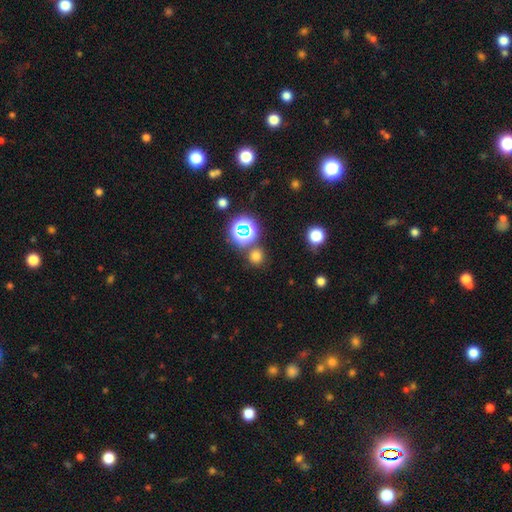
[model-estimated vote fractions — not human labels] Smooth or featured: smooth — 66% (star or artifact — 28%)
How rounded: round — 91% (in between — 8%)
Merging: none — 80% (merger — 10%)